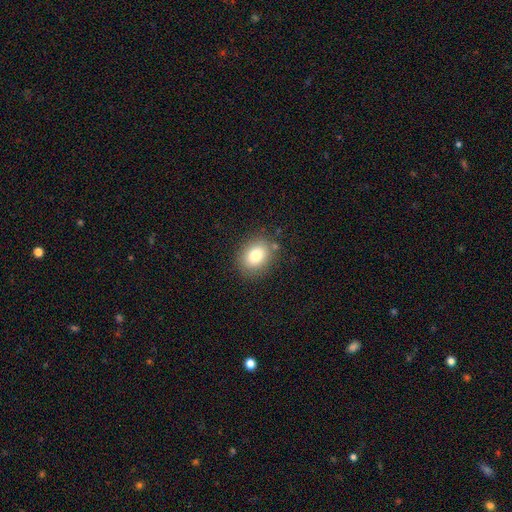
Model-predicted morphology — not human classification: Q: Smooth or featured?
A: smooth (81%); runner-up: star or artifact (9%)
Q: How rounded?
A: in between (56%); runner-up: round (43%)
Q: Merging?
A: none (82%); runner-up: minor disturbance (12%)